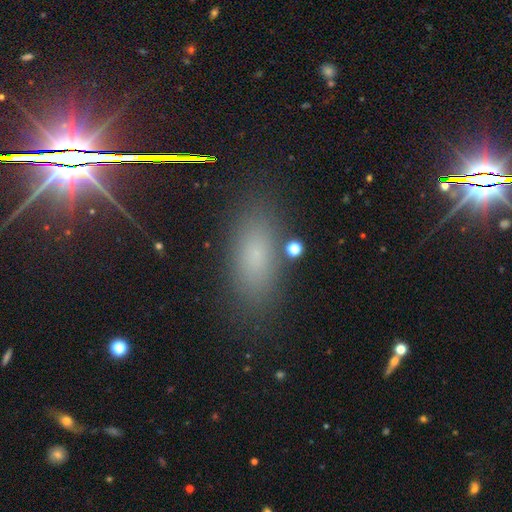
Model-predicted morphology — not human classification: Q: Smooth or featured?
A: smooth (65%); runner-up: star or artifact (23%)
Q: How rounded?
A: in between (80%); runner-up: cigar-shaped (16%)
Q: Merging?
A: none (84%); runner-up: minor disturbance (10%)